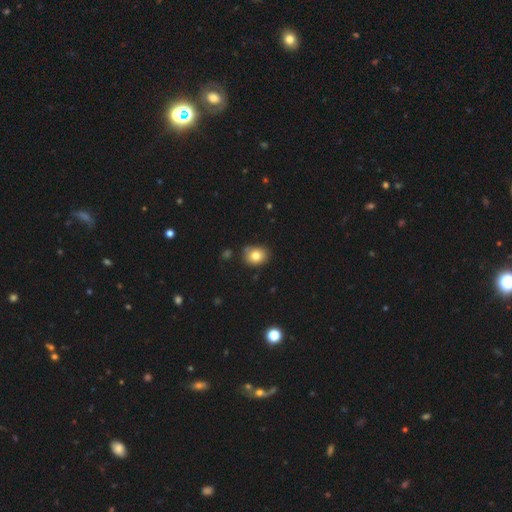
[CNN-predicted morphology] Smooth or featured: smooth — 80% (star or artifact — 10%)
How rounded: round — 54% (in between — 45%)
Merging: none — 78% (minor disturbance — 16%)